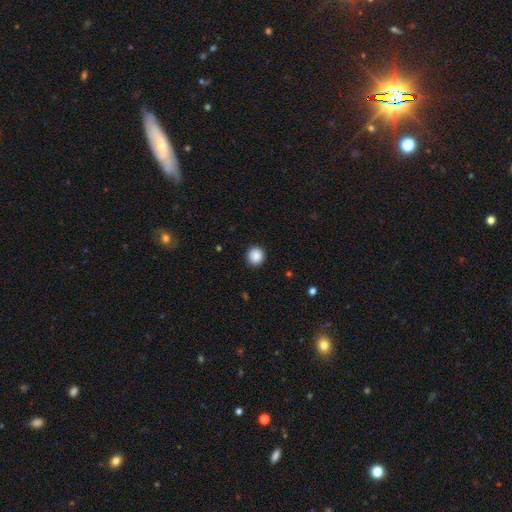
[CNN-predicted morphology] This appears to be a smooth galaxy with no disk features (89%) that is round (90%). Merging: none (92%).